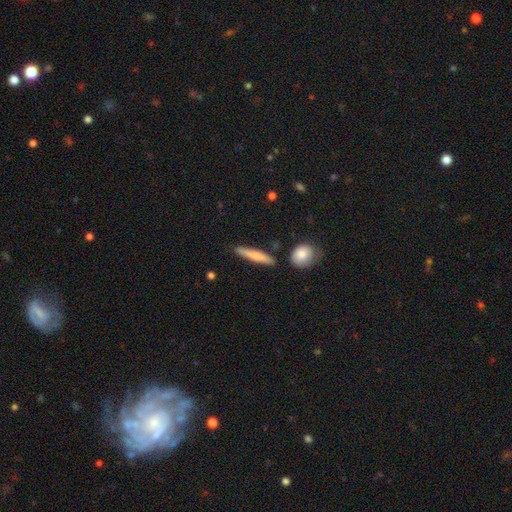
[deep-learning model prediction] Q: Smooth or featured?
A: smooth (67%); runner-up: featured or disk (27%)
Q: How rounded?
A: cigar-shaped (90%); runner-up: in between (8%)
Q: Merging?
A: none (84%); runner-up: minor disturbance (9%)